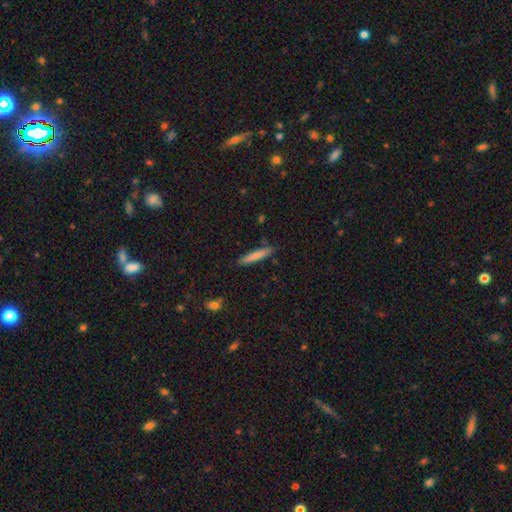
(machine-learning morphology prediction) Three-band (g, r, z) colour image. It shows a smooth galaxy with no disk features (78%) that is cigar-shaped (90%). Merging: none (84%).